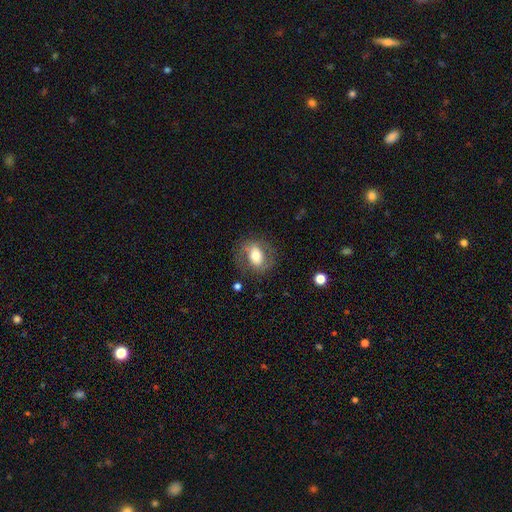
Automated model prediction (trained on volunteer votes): A smooth galaxy with no disk features (48%).

Vote fractions:
- Smooth or featured? smooth: 48% / featured or disk: 44% / star or artifact: 8%
- Merging? none: 73% / minor disturbance: 16% / major disturbance: 10% / merger: 2%